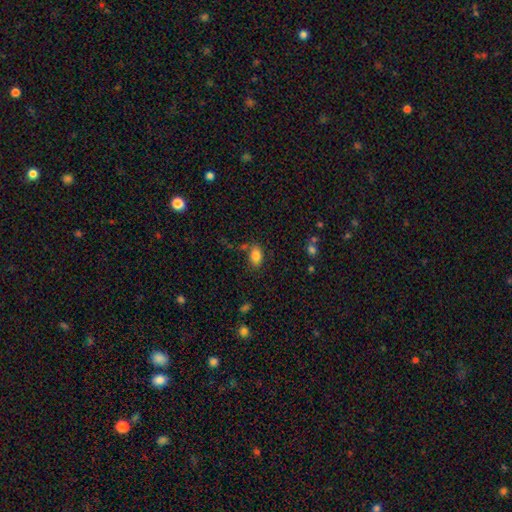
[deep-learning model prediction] smooth_or_featured: smooth (p=0.84) [alt: star or artifact p=0.09]
how_rounded: in between (p=0.88) [alt: round p=0.10]
merging: none (p=0.76) [alt: minor disturbance p=0.14]